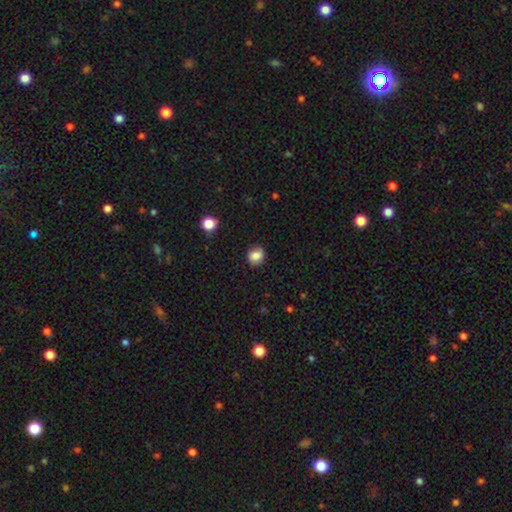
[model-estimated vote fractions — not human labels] Q: Smooth or featured?
A: smooth (84%); runner-up: star or artifact (10%)
Q: How rounded?
A: round (78%); runner-up: in between (21%)
Q: Merging?
A: none (83%); runner-up: minor disturbance (12%)